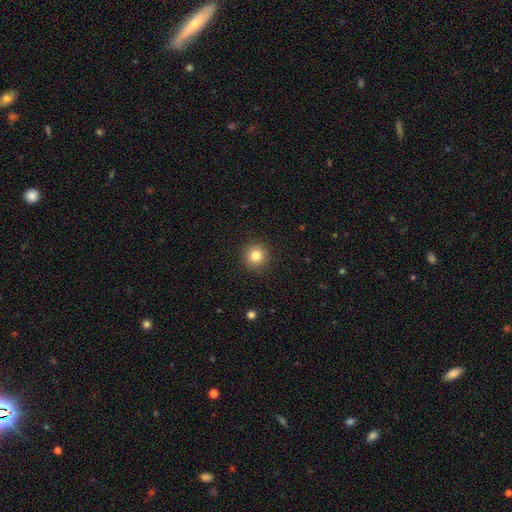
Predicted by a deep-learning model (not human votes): A smooth galaxy with no disk features (82%) that is round (95%).

Vote fractions:
- Smooth or featured? smooth: 82% / star or artifact: 11% / featured or disk: 7%
- How rounded? round: 95% / in between: 4% / cigar-shaped: 1%
- Merging? none: 92% / minor disturbance: 5% / major disturbance: 2% / merger: 1%